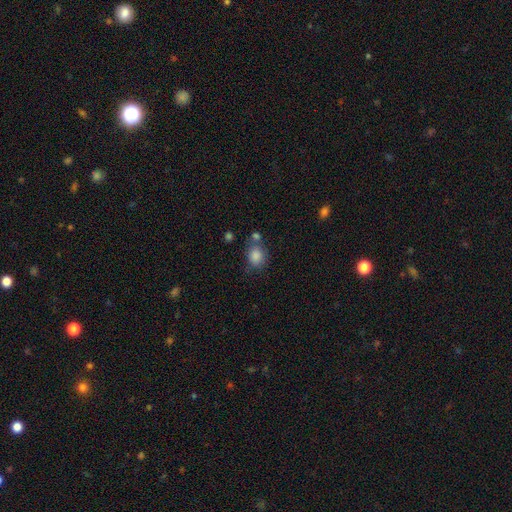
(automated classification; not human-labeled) Morphology: type=smooth (85%); roundness=round (61%); merging=none (58%).